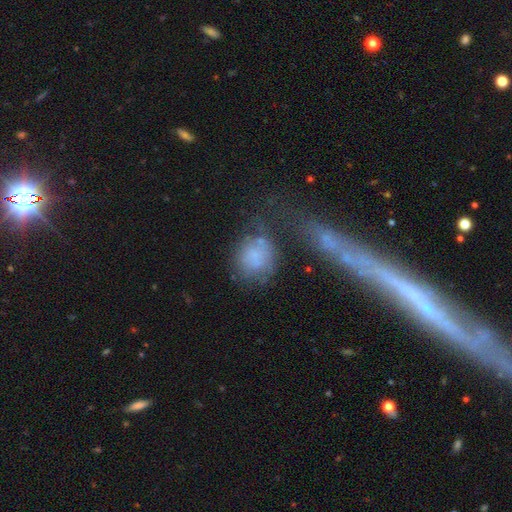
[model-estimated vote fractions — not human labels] Q: Smooth or featured?
A: smooth (67%); runner-up: featured or disk (21%)
Q: How rounded?
A: round (62%); runner-up: in between (35%)
Q: Merging?
A: none (39%); runner-up: merger (24%)